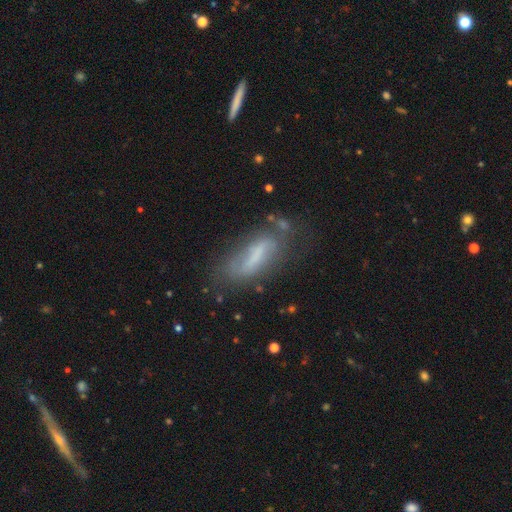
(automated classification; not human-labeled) Morphology: type=smooth (47%); merging=none (51%).